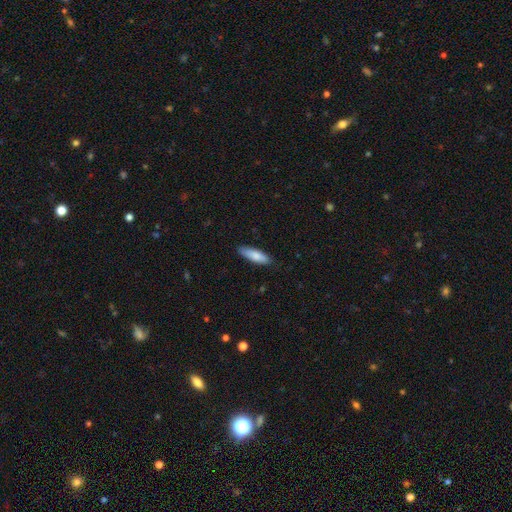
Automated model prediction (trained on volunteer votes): smooth_or_featured: smooth (p=0.83) [alt: featured or disk p=0.12]
how_rounded: cigar-shaped (p=0.52) [alt: in between p=0.46]
merging: none (p=0.86) [alt: minor disturbance p=0.11]